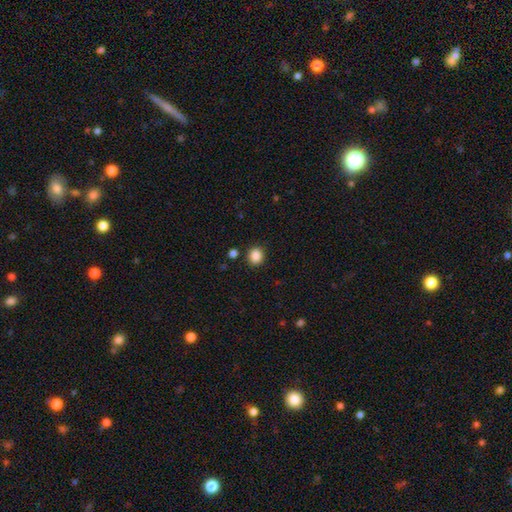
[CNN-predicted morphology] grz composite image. It shows a smooth galaxy with no disk features (87%) that is round (80%). Merging: none (88%).